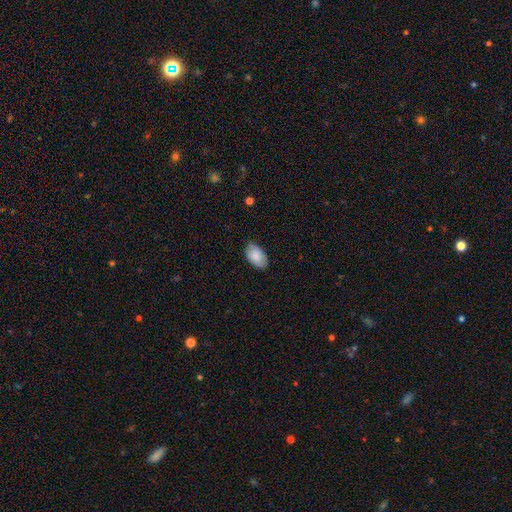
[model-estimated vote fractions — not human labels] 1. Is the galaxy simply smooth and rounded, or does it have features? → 87% smooth, 7% featured or disk, 6% star or artifact.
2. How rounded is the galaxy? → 94% in between, 4% round, 1% cigar-shaped.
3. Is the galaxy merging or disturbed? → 83% none, 14% minor disturbance, 2% major disturbance, 1% merger.